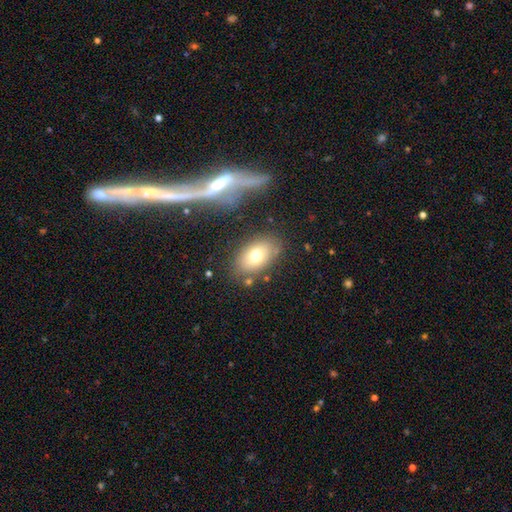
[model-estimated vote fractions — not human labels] A smooth galaxy with no disk features (72%) that is in between round and cigar-shaped (87%). Merging: none (77%).